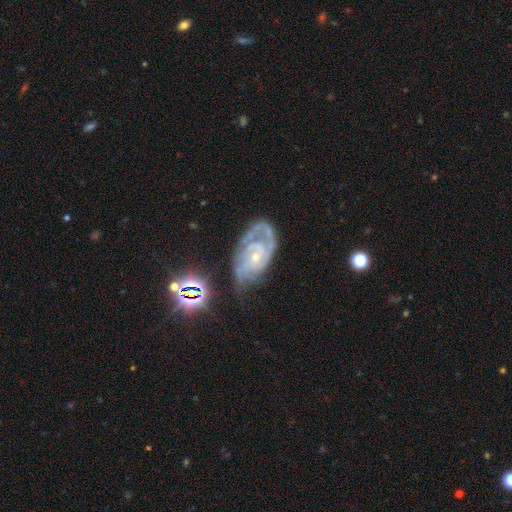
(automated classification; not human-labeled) Smooth or featured: featured or disk — 85% (smooth — 7%)
Edge-on disk: no — 96% (yes — 4%)
Bar: no — 68% (weak — 25%)
Spiral arms: yes — 95% (no — 5%)
Spiral winding: tight — 57% (medium — 35%)
Spiral arm count: 2 — 46% (can't tell — 24%)
Bulge size: small — 74% (moderate — 22%)
Merging: none — 52% (minor disturbance — 27%)